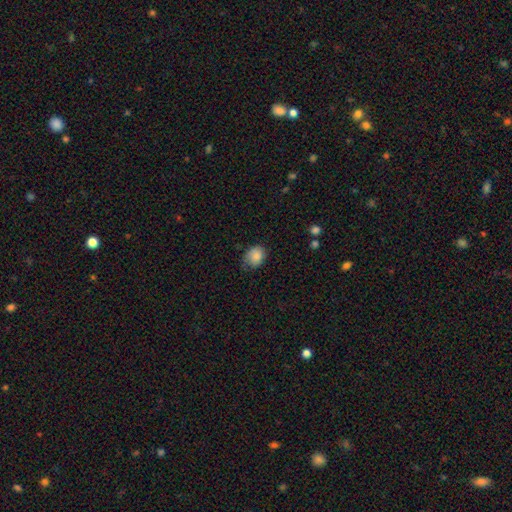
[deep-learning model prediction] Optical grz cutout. It shows a smooth galaxy with no disk features (83%) that is in between round and cigar-shaped (53%). Merging: none (54%).